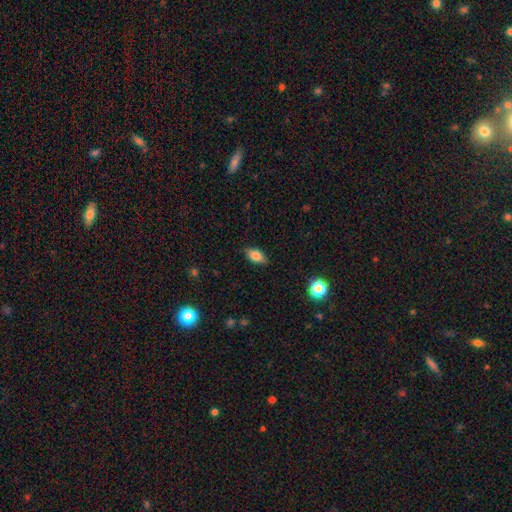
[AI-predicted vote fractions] Smooth or featured?
  - smooth: 81% *
  - featured or disk: 10%
  - star or artifact: 8%
How rounded?
  - in between: 88% *
  - round: 7%
  - cigar-shaped: 5%
Merging?
  - none: 85% *
  - minor disturbance: 12%
  - major disturbance: 3%
  - merger: 1%